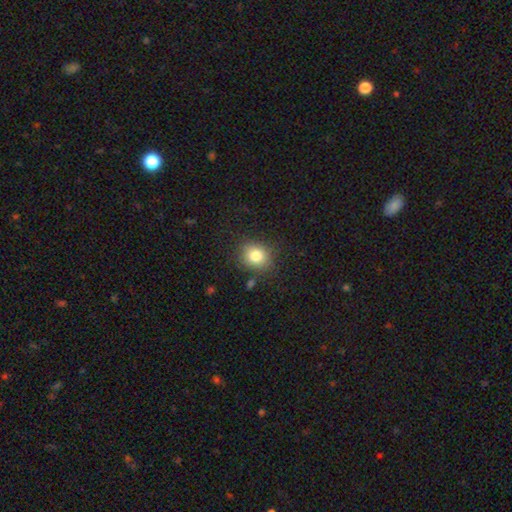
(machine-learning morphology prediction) smooth-or-featured: smooth: 82% | star or artifact: 11% | featured or disk: 7%
  how-rounded: round: 69% | in between: 30% | cigar-shaped: 1%
  merging: none: 82% | minor disturbance: 12% | major disturbance: 4% | merger: 3%